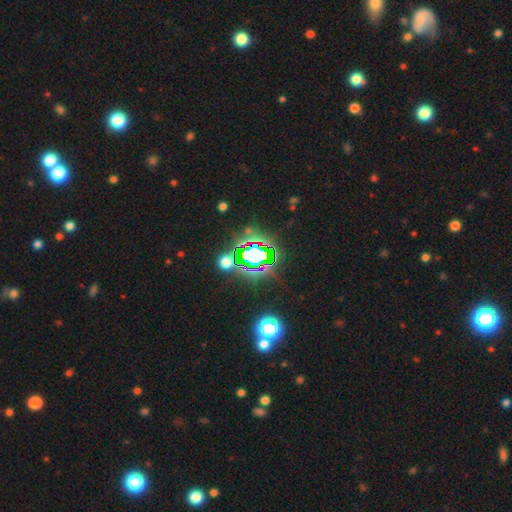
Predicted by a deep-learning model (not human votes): A star or artifact, not a galaxy (74%).

Vote fractions:
- Smooth or featured? star or artifact: 74% / smooth: 14% / featured or disk: 12%